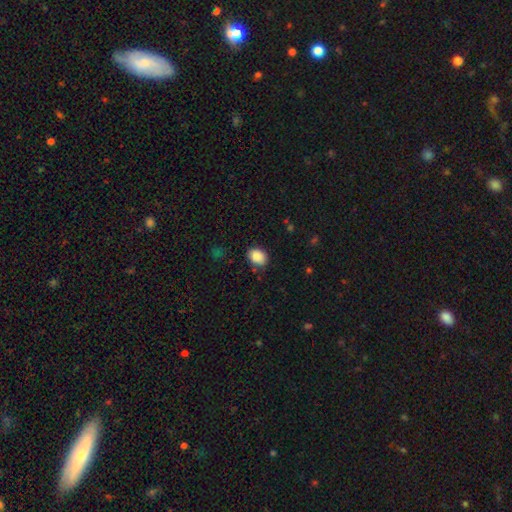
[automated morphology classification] smooth 88%, star or artifact 8%, featured or disk 4%. Down the decision tree: how rounded — in between (65%); merging — none (80%).